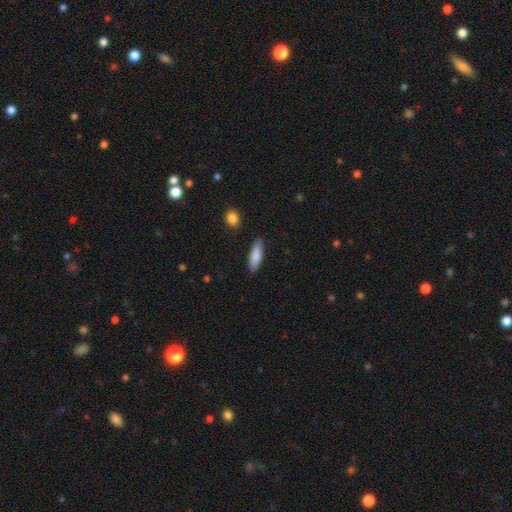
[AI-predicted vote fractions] smooth 84%, featured or disk 10%, star or artifact 6%. Down the decision tree: how rounded — cigar-shaped (51%); merging — none (86%).